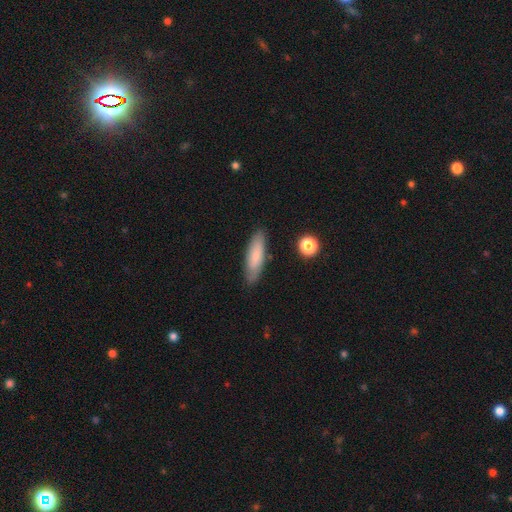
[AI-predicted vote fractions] A smooth galaxy with no disk features (77%) that is cigar-shaped (58%). Merging: none (84%).